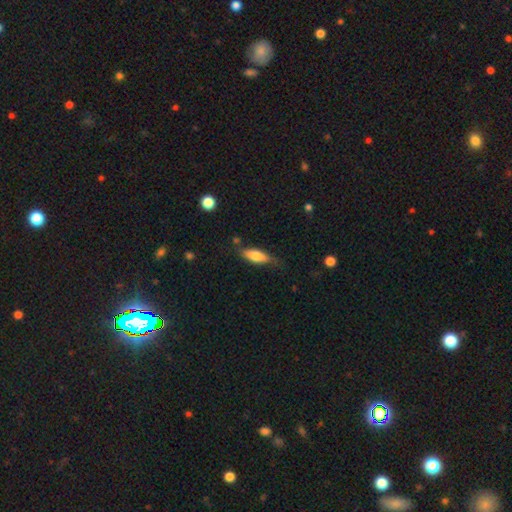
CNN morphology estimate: A smooth galaxy with no disk features (70%) that is in between round and cigar-shaped (63%).

Vote fractions:
- Smooth or featured? smooth: 70% / featured or disk: 24% / star or artifact: 6%
- How rounded? in between: 63% / cigar-shaped: 35% / round: 2%
- Merging? none: 66% / minor disturbance: 25% / major disturbance: 6% / merger: 3%